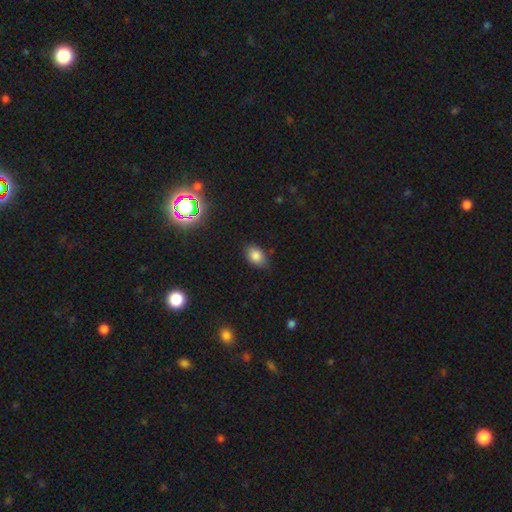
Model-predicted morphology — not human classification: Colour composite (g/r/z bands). It shows a smooth galaxy with no disk features (82%) that is in between round and cigar-shaped (83%). Merging: none (80%).